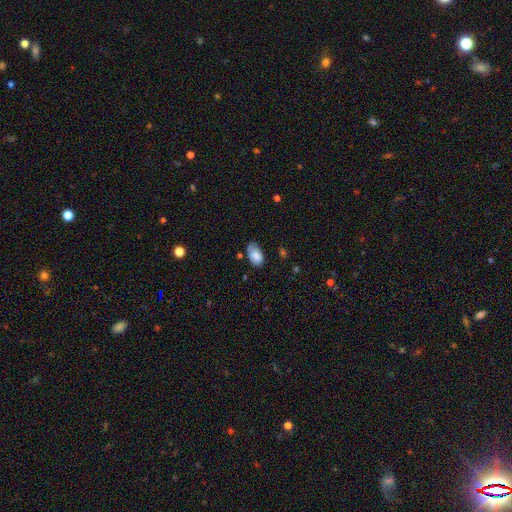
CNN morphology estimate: Overall: smooth (79%). How rounded: in between (93%). Merging: none (57%; minor disturbance 32%).